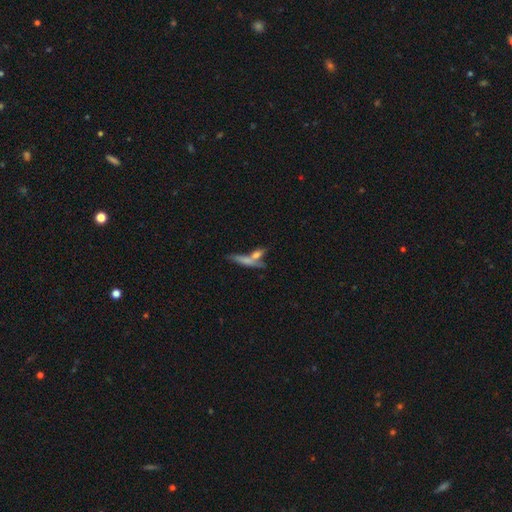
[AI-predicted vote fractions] smooth 57%, featured or disk 32%, star or artifact 11%. Down the decision tree: how rounded — cigar-shaped (67%); merging — merger (43%).